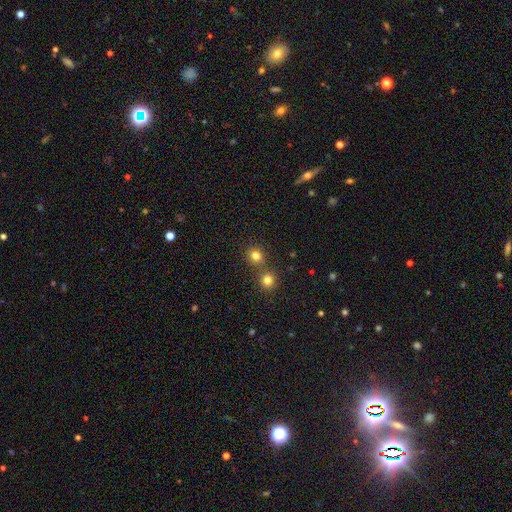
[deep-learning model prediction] Overall: smooth (80%). How rounded: round (87%). Merging: none (69%).